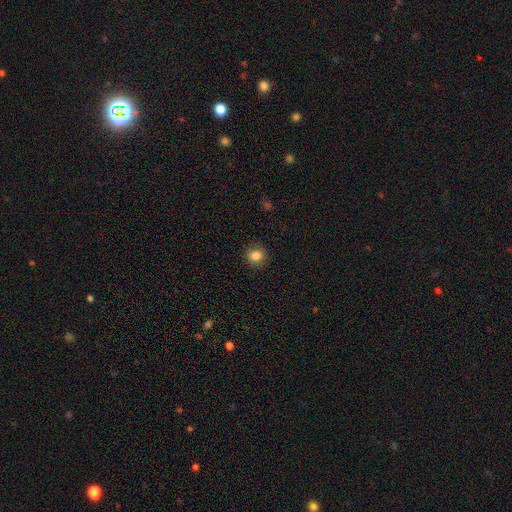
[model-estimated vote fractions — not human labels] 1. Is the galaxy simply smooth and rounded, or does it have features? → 84% smooth, 11% star or artifact, 6% featured or disk.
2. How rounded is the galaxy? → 86% round, 13% in between, 1% cigar-shaped.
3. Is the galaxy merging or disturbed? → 88% none, 9% minor disturbance, 2% major disturbance, 1% merger.